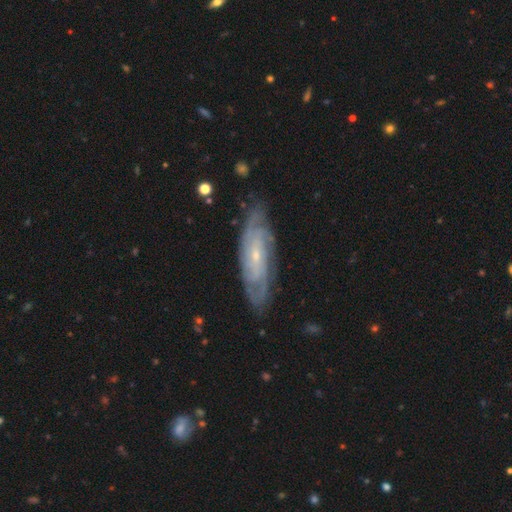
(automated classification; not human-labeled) Smooth or featured: featured or disk — 84% (smooth — 10%)
Edge-on disk: no — 88% (yes — 12%)
Bar: no — 64% (weak — 29%)
Spiral arms: yes — 96% (no — 4%)
Spiral winding: tight — 70% (medium — 25%)
Spiral arm count: can't tell — 35% (2 — 20%)
Bulge size: small — 80% (moderate — 16%)
Merging: none — 79% (minor disturbance — 16%)